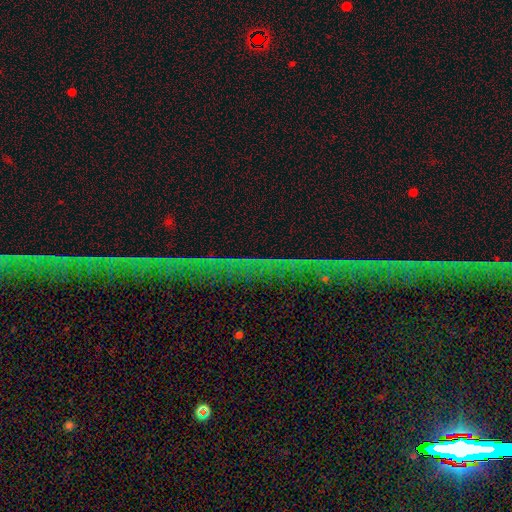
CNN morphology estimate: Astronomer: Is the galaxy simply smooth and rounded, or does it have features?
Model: star or artifact — 79%.